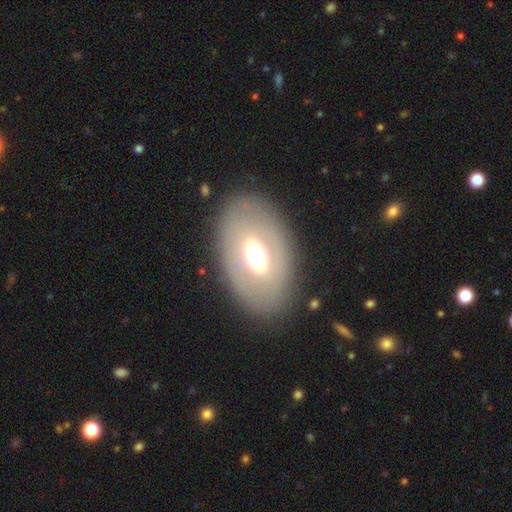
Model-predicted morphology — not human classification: Smooth or featured? Predicted: smooth (p=0.47). Merging? Predicted: none (p=0.82).